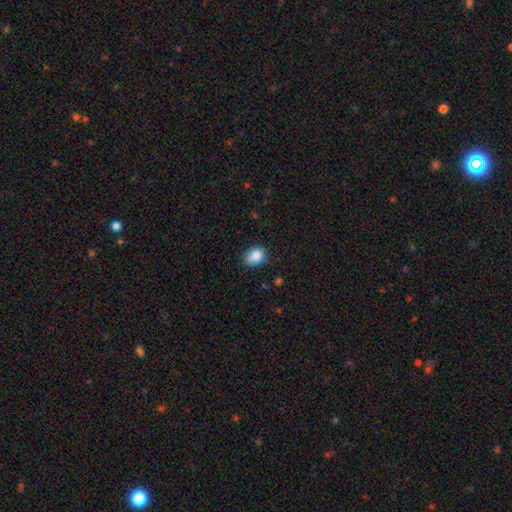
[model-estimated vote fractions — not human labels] Morphology: type=smooth (86%); roundness=in between (69%); merging=none (75%).